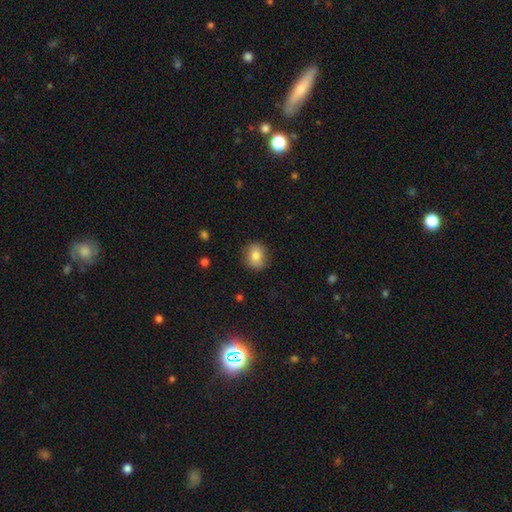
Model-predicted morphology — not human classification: smooth-or-featured: smooth: 81% | featured or disk: 11% | star or artifact: 9%
  how-rounded: round: 72% | in between: 27% | cigar-shaped: 1%
  merging: none: 85% | minor disturbance: 12% | major disturbance: 3% | merger: 1%